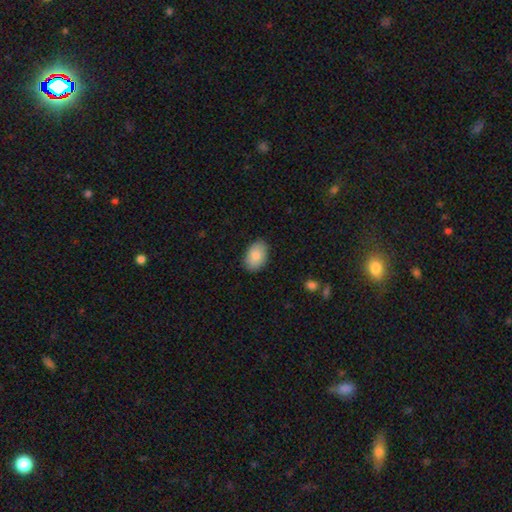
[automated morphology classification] type=smooth (86%); roundness=in between (89%); merging=none (87%).